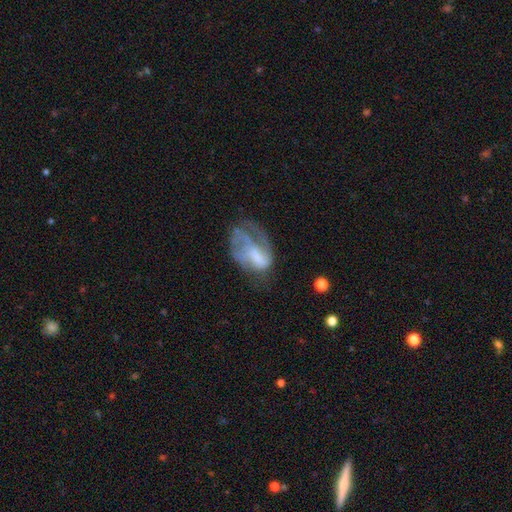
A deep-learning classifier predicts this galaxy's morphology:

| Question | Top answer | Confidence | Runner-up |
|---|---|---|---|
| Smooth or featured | featured or disk | 60% | smooth (31%) |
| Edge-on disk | no | 97% | yes (3%) |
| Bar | no | 59% | weak (31%) |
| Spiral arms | yes | 62% | no (38%) |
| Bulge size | none | 45% | moderate (23%) |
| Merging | major disturbance | 44% | none (29%) |